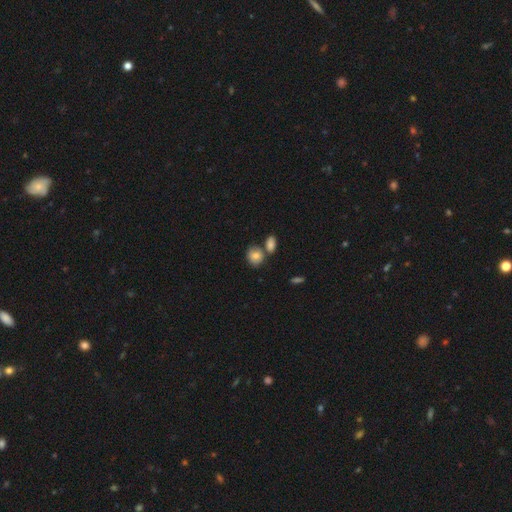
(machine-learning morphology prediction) smooth_or_featured: smooth (p=0.79) [alt: featured or disk p=0.12]
how_rounded: round (p=0.58) [alt: in between p=0.41]
merging: none (p=0.54) [alt: merger p=0.28]